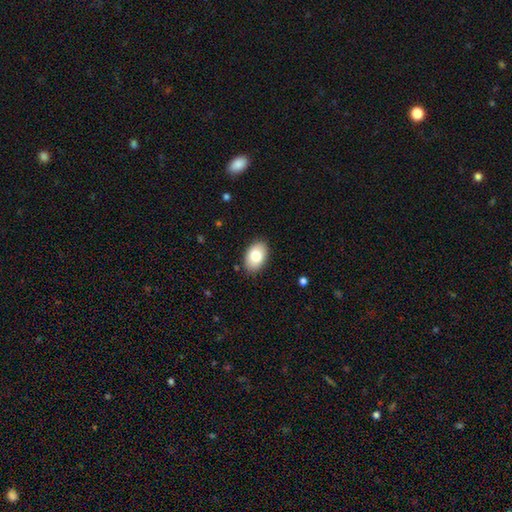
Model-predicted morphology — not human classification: A smooth galaxy with no disk features (79%) that is in between round and cigar-shaped (89%). Merging: none (87%).